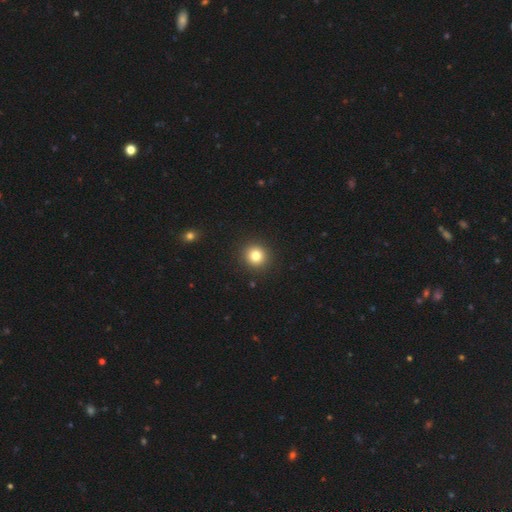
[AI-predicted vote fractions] The model was most divided on "smooth or featured": smooth: 81%, star or artifact: 12%, featured or disk: 7%. More confident: merging — none (93%); how rounded — round (93%).